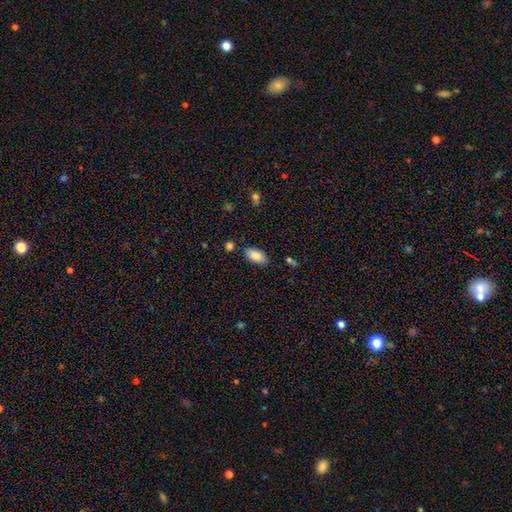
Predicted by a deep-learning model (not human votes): Smooth or featured?
  - smooth: 86% *
  - featured or disk: 7%
  - star or artifact: 7%
How rounded?
  - in between: 93% *
  - cigar-shaped: 4%
  - round: 3%
Merging?
  - none: 82% *
  - minor disturbance: 12%
  - merger: 3%
  - major disturbance: 3%